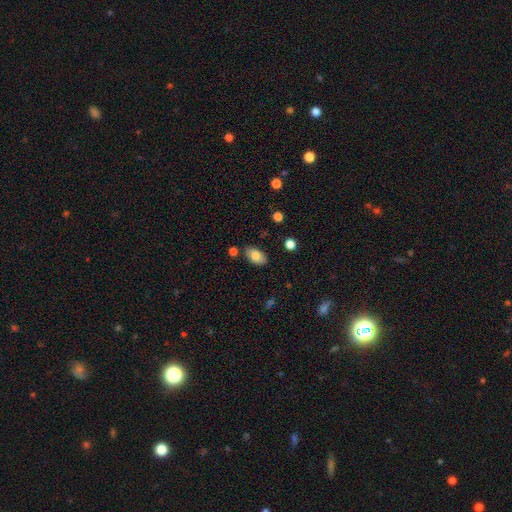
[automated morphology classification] Smooth or featured: smooth — 79% (featured or disk — 13%)
How rounded: in between — 93% (round — 5%)
Merging: none — 83% (minor disturbance — 12%)